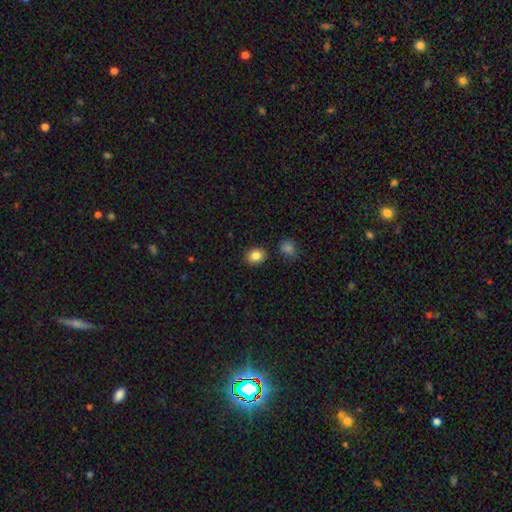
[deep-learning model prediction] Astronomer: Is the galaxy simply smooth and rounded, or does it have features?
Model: smooth — 85%.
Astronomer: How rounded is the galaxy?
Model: round — 50% (runner-up: in between, 49%).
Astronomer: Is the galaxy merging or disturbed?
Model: none — 85%.